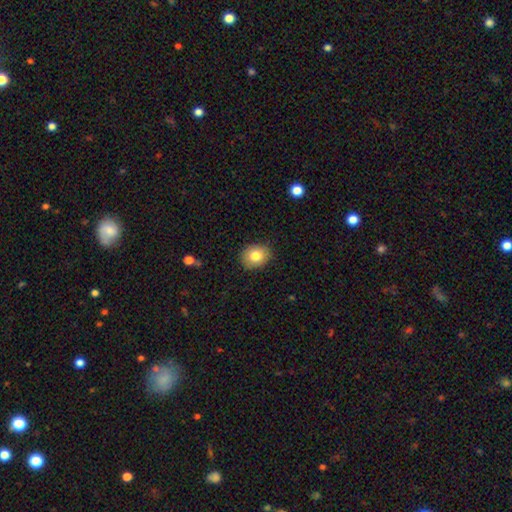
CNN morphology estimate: type=smooth (82%); roundness=round (56%); merging=none (86%).